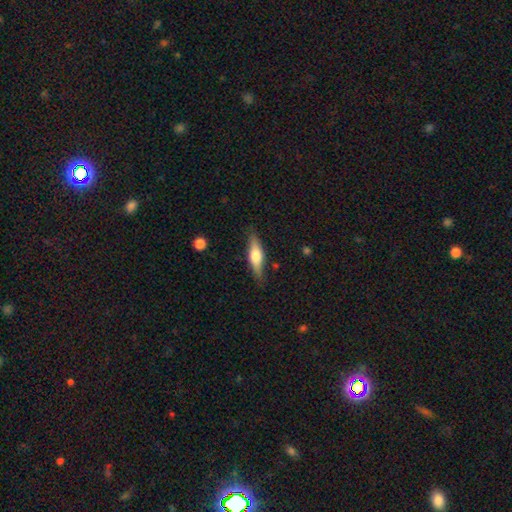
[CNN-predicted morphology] Smooth or featured? Predicted: smooth (p=0.51). How rounded? Predicted: cigar-shaped (p=0.59). Merging? Predicted: none (p=0.82).